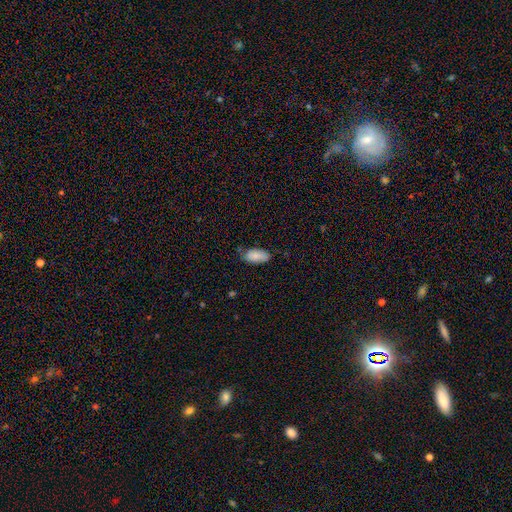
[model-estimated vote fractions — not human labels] smooth 86%, featured or disk 7%, star or artifact 6%. Down the decision tree: how rounded — in between (93%); merging — none (69%).